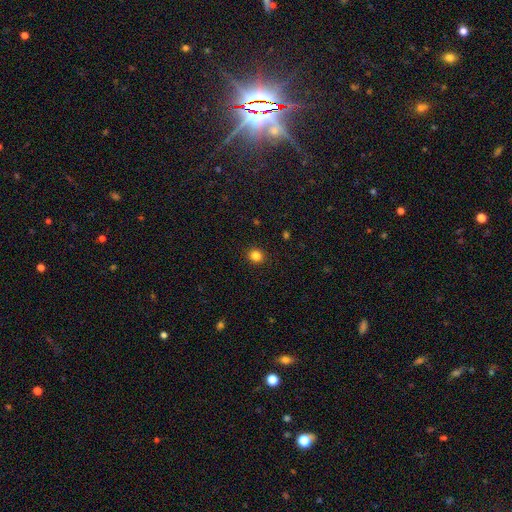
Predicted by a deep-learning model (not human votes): Smooth or featured? smooth (83%)
How rounded? round (85%)
Merging? none (91%)